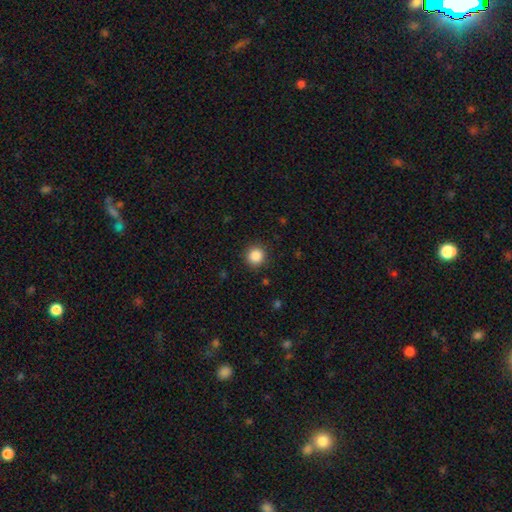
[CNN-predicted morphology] This appears to be a smooth galaxy with no disk features (87%) that is round (94%). Merging: none (90%).